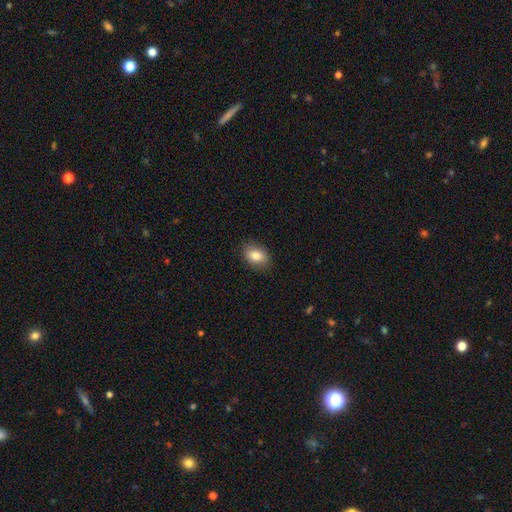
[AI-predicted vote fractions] A smooth galaxy with no disk features (83%) that is in between round and cigar-shaped (78%). Merging: none (87%).